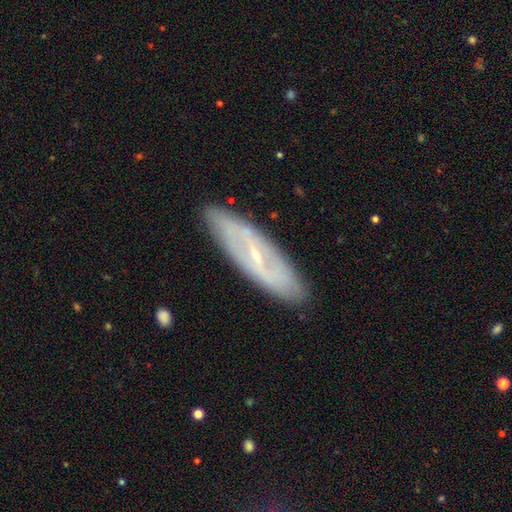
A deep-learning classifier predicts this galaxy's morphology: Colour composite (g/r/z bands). It shows a featured or disk galaxy (72%) with a weak bar (42%), spiral arms (68%) and a small central bulge (79%). Merging: none (85%).